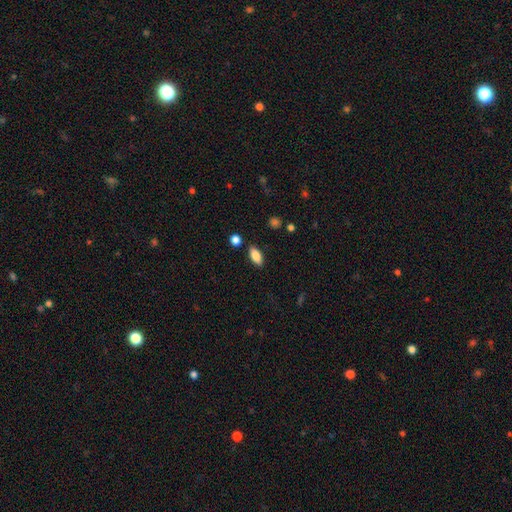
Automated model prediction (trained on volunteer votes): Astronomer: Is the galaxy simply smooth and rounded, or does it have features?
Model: smooth — 83%.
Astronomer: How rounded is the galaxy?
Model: in between — 85%.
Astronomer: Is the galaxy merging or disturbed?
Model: none — 86%.